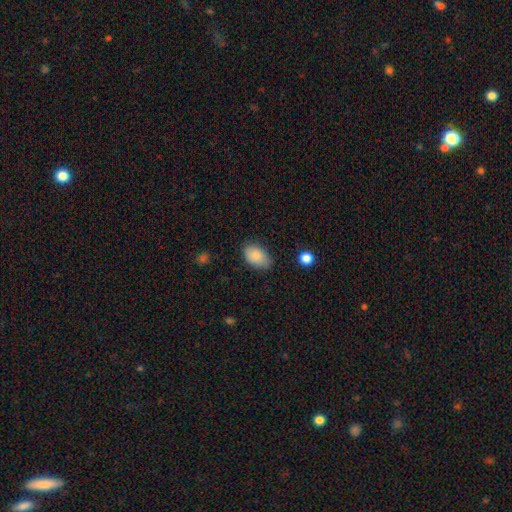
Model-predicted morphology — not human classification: smooth 86%, star or artifact 7%, featured or disk 7%. Down the decision tree: how rounded — in between (90%); merging — none (73%).